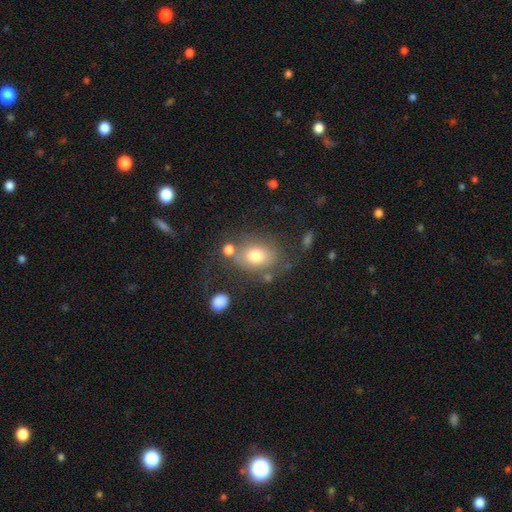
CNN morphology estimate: The model was most divided on "how rounded": in between: 63%, round: 36%, cigar-shaped: 1%. More confident: smooth or featured — smooth (71%); merging — none (59%).